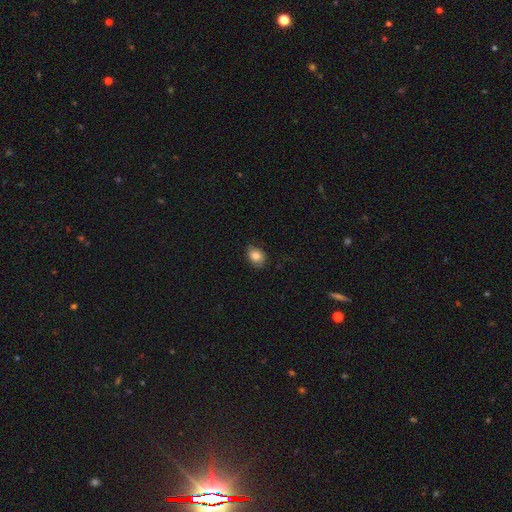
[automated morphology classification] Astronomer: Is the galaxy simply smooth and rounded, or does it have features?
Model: smooth — 84%.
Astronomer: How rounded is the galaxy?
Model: in between — 65%.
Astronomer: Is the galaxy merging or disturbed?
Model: none — 77%.